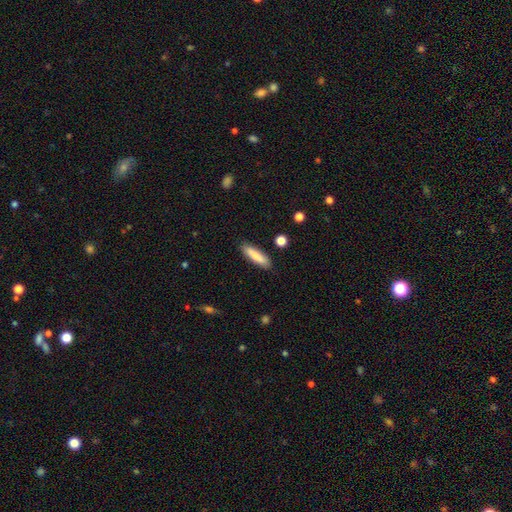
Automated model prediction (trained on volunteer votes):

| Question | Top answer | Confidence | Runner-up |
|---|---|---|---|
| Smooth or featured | smooth | 79% | featured or disk (15%) |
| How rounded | cigar-shaped | 71% | in between (28%) |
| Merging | none | 87% | minor disturbance (10%) |